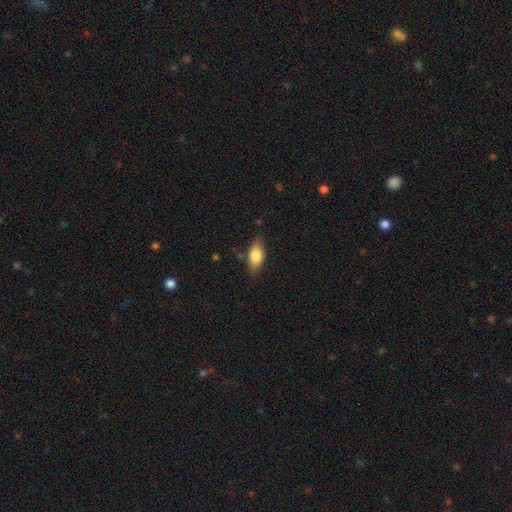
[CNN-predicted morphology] Smooth or featured?
  - smooth: 80% *
  - featured or disk: 14%
  - star or artifact: 7%
How rounded?
  - in between: 86% *
  - cigar-shaped: 11%
  - round: 4%
Merging?
  - none: 76% *
  - minor disturbance: 18%
  - major disturbance: 4%
  - merger: 2%